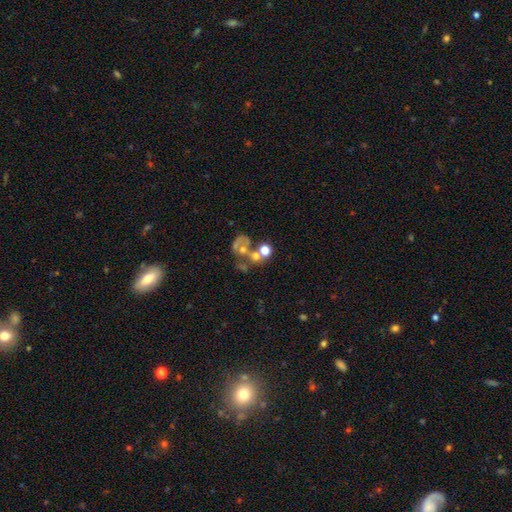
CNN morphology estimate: Smooth or featured?
  - smooth: 44% *
  - featured or disk: 38%
  - star or artifact: 18%
Merging?
  - merger: 49% *
  - none: 27%
  - major disturbance: 15%
  - minor disturbance: 9%